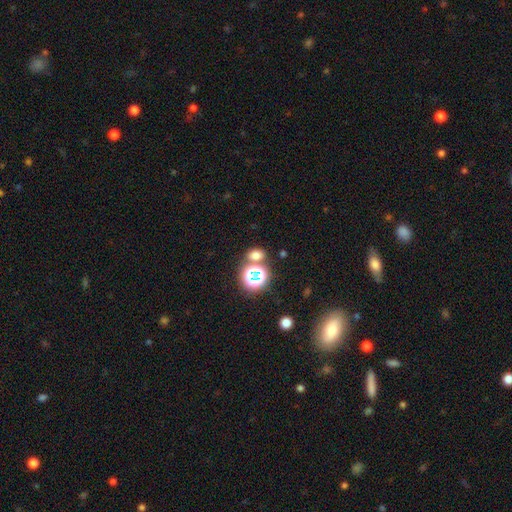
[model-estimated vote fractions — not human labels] smooth_or_featured: smooth (p=0.63) [alt: star or artifact p=0.28]
how_rounded: in between (p=0.57) [alt: round p=0.41]
merging: none (p=0.67) [alt: merger p=0.19]